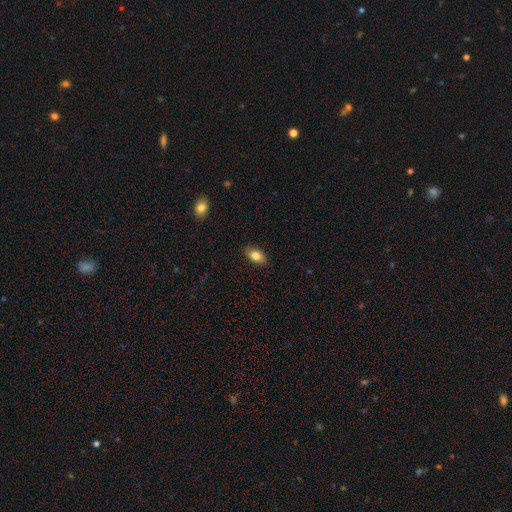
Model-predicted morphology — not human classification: Smooth or featured? smooth (82%)
How rounded? in between (89%)
Merging? none (87%)